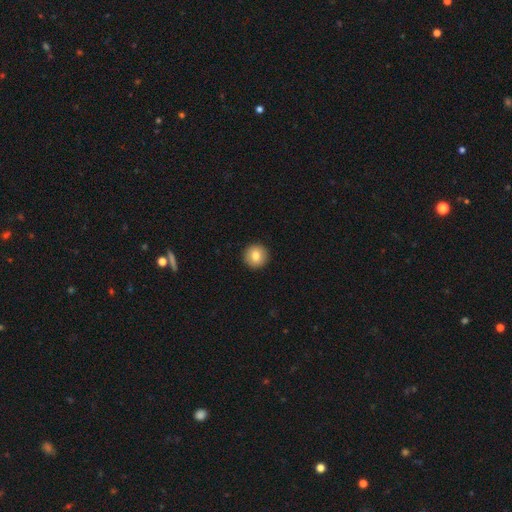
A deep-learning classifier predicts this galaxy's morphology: Smooth or featured? Predicted: smooth (p=0.81). How rounded? Predicted: round (p=0.96). Merging? Predicted: none (p=0.94).